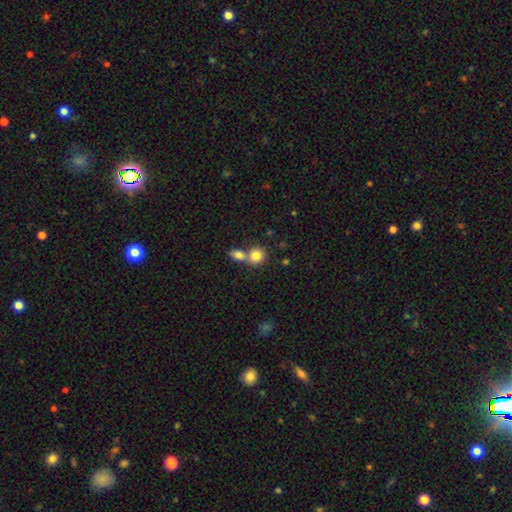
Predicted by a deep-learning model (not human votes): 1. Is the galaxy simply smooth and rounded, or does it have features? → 81% smooth, 9% star or artifact, 9% featured or disk.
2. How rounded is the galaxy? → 78% round, 21% in between, 1% cigar-shaped.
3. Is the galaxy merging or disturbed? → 49% merger, 41% none, 7% minor disturbance, 3% major disturbance.